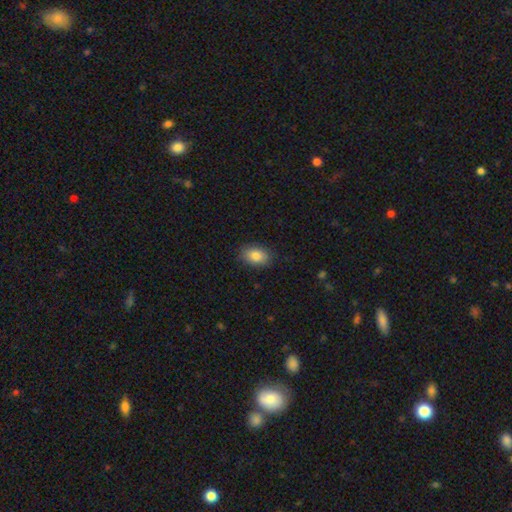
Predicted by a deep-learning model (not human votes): Smooth or featured? Predicted: smooth (p=0.84). How rounded? Predicted: in between (p=0.87). Merging? Predicted: none (p=0.87).